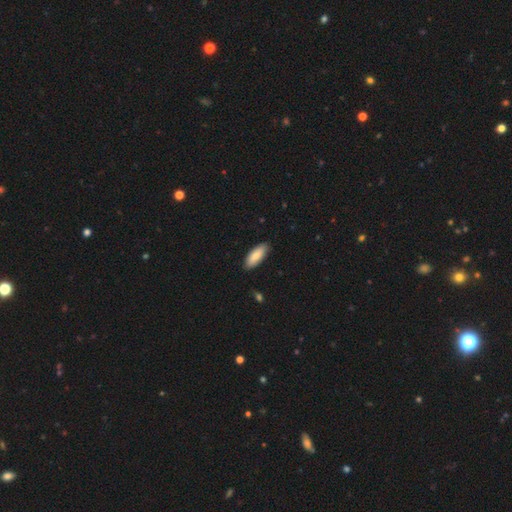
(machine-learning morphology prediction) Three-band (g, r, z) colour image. It shows a smooth galaxy with no disk features (83%) that is in between round and cigar-shaped (77%). Merging: none (86%).